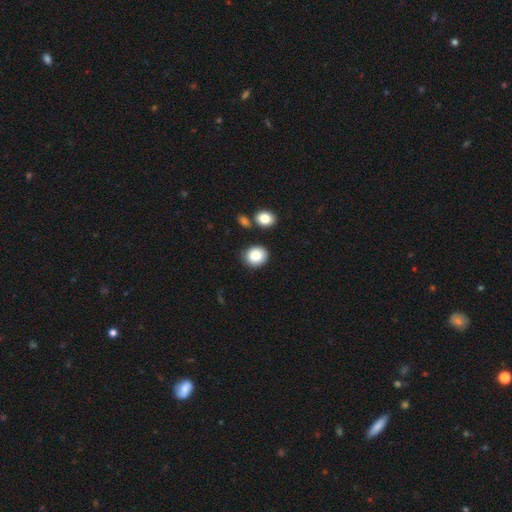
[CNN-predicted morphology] This appears to be a smooth galaxy with no disk features (86%) that is round (72%). Merging: none (82%).